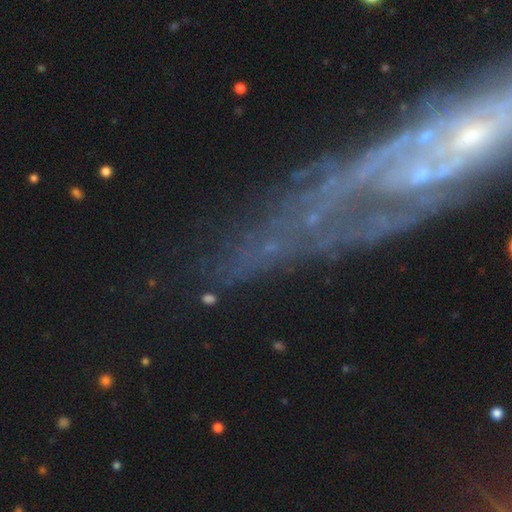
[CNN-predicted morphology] Smooth or featured? featured or disk (55%)
Edge-on disk? no (73%)
Merging? none (55%)